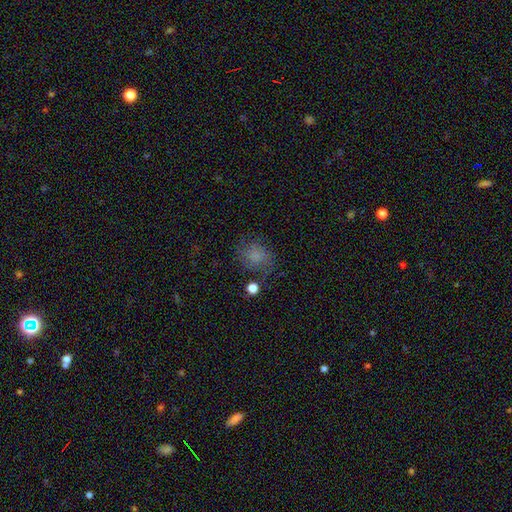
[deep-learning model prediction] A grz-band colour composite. It shows a smooth galaxy with no disk features (65%) that is round (58%). Merging: none (62%).